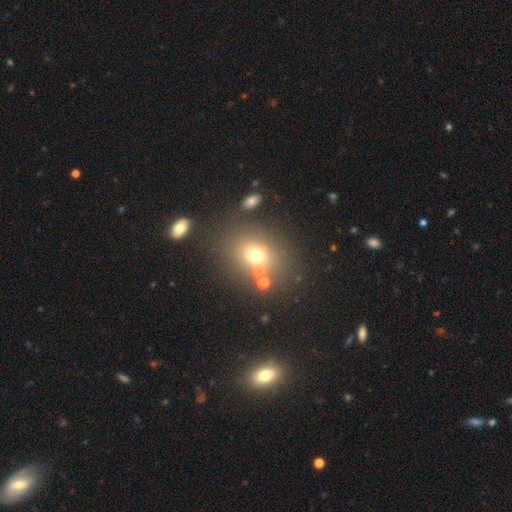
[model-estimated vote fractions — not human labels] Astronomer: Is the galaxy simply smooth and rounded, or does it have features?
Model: smooth — 64%.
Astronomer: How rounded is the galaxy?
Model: round — 58% (runner-up: in between, 41%).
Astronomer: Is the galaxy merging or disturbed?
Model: none — 66%.